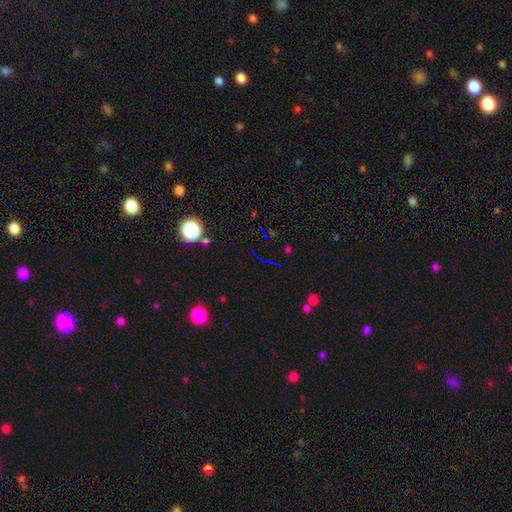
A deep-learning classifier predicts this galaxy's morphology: Overall: star or artifact (68%).